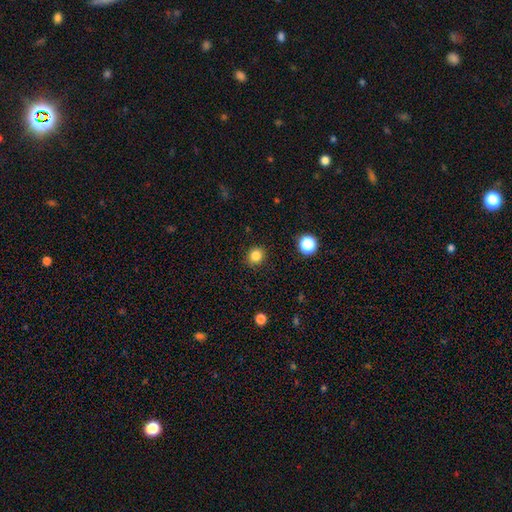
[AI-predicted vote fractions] Smooth or featured?
  - smooth: 83% *
  - star or artifact: 13%
  - featured or disk: 4%
How rounded?
  - round: 82% *
  - in between: 18%
  - cigar-shaped: 1%
Merging?
  - none: 90% *
  - minor disturbance: 7%
  - major disturbance: 2%
  - merger: 1%